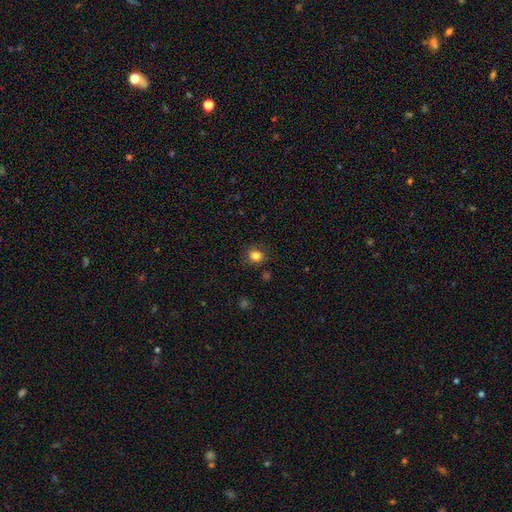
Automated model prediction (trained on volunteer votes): This is clearly a smooth galaxy (83%). How rounded: likely round (80%). Merging: clearly none (86%).